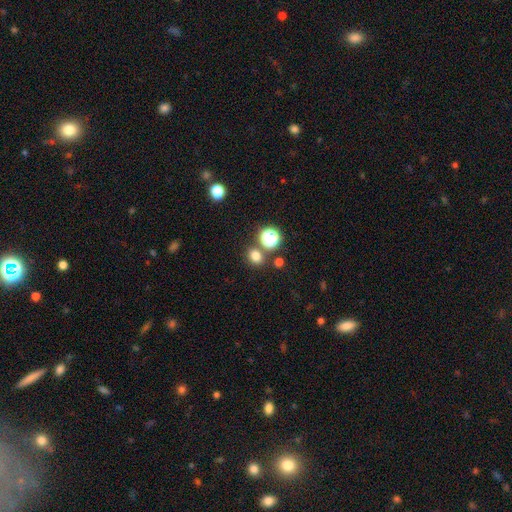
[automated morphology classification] Q: Smooth or featured?
A: smooth (75%); runner-up: star or artifact (19%)
Q: How rounded?
A: round (68%); runner-up: in between (31%)
Q: Merging?
A: none (76%); runner-up: merger (12%)